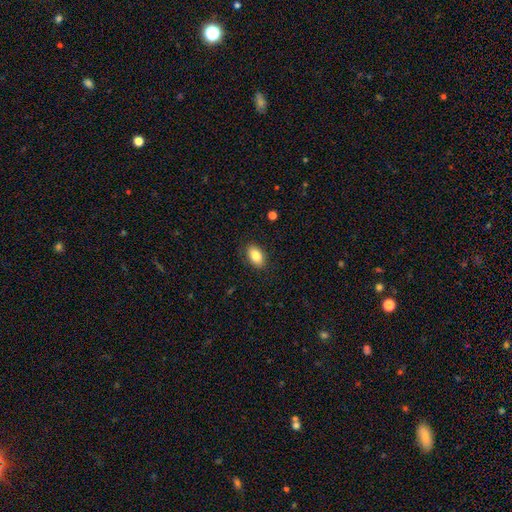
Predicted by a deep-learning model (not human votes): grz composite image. It shows a smooth galaxy with no disk features (83%) that is in between round and cigar-shaped (90%). Merging: none (85%).